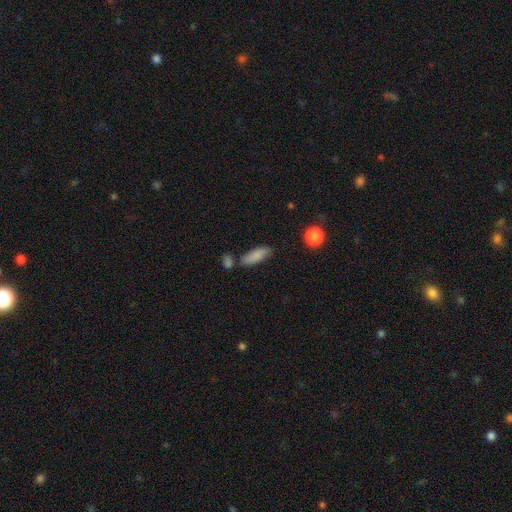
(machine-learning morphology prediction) The model was most divided on "how rounded": in between: 60%, cigar-shaped: 38%, round: 3%. More confident: smooth or featured — smooth (84%); merging — none (70%).